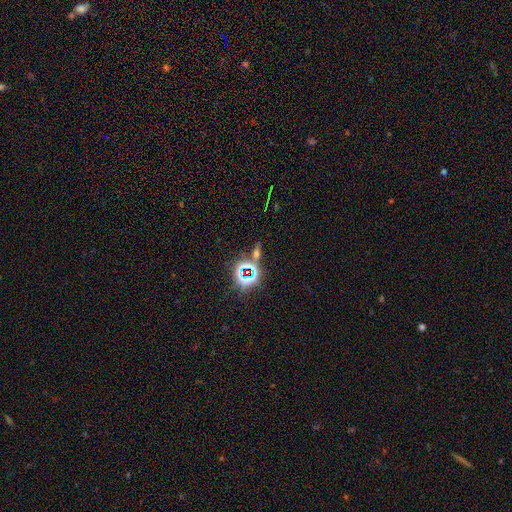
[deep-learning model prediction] Smooth or featured: star or artifact — 72% (smooth — 18%)